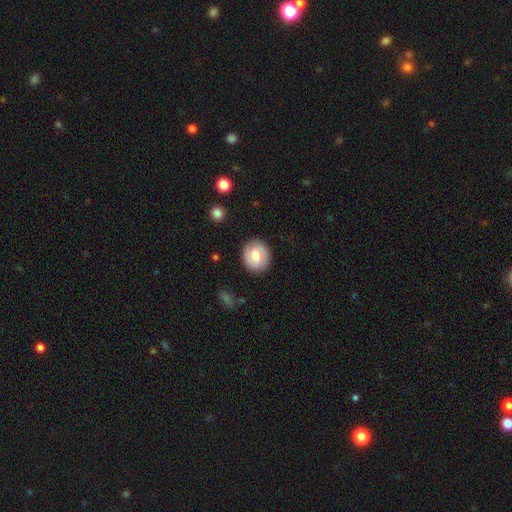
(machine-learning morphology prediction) This is possibly a smooth galaxy (58%). How rounded: likely round (75%). Merging: clearly none (85%).